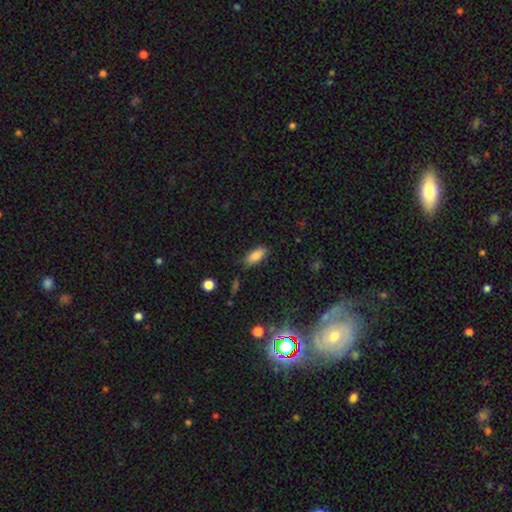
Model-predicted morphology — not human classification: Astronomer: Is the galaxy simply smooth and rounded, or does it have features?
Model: smooth — 84%.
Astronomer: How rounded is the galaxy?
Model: in between — 84%.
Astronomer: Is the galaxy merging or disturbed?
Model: none — 82%.